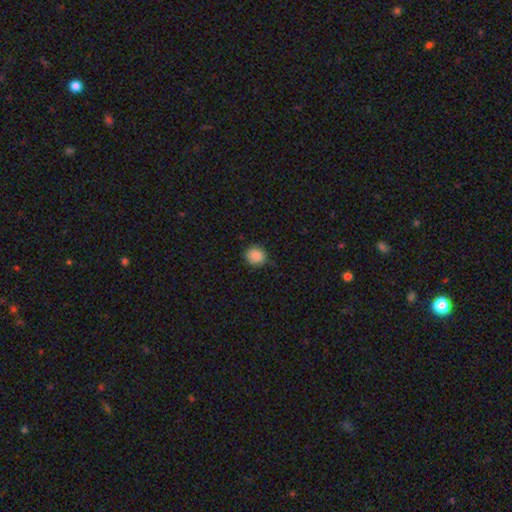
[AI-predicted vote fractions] Smooth or featured: smooth — 87% (star or artifact — 9%)
How rounded: round — 79% (in between — 20%)
Merging: none — 80% (minor disturbance — 16%)